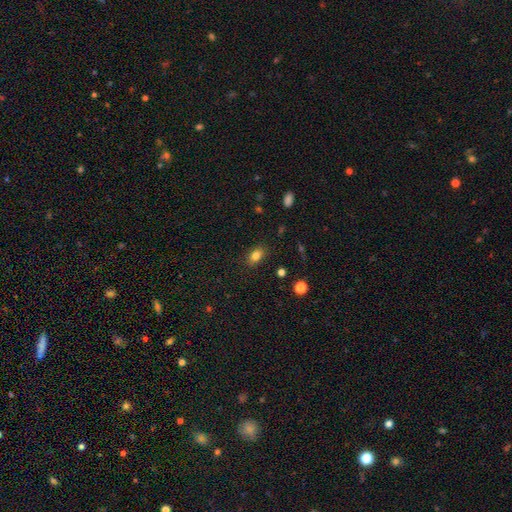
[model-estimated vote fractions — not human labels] A smooth galaxy with no disk features (83%) that is in between round and cigar-shaped (81%).

Vote fractions:
- Smooth or featured? smooth: 83% / star or artifact: 11% / featured or disk: 6%
- How rounded? in between: 81% / round: 17% / cigar-shaped: 2%
- Merging? none: 85% / minor disturbance: 10% / major disturbance: 3% / merger: 1%